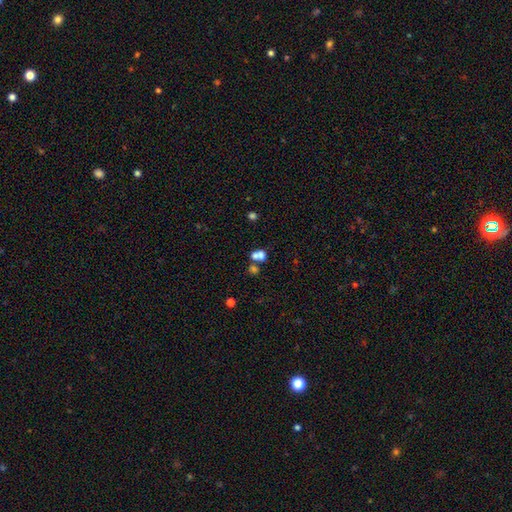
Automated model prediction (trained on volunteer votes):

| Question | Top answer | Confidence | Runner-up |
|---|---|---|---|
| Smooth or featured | smooth | 68% | featured or disk (16%) |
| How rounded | round | 53% | in between (45%) |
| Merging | merger | 61% | none (28%) |